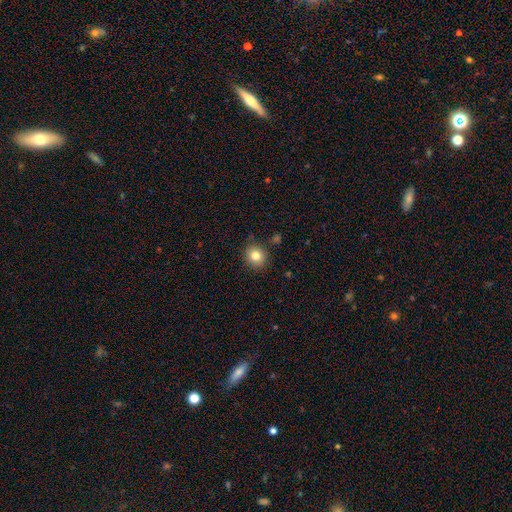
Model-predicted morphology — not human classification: type=smooth (82%); roundness=round (82%); merging=none (85%).